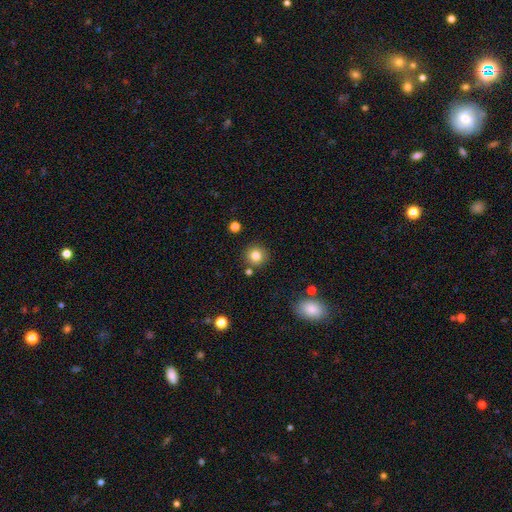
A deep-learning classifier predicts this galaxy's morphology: The model was most divided on "smooth or featured": smooth: 82%, star or artifact: 11%, featured or disk: 7%. More confident: how rounded — round (93%); merging — none (86%).